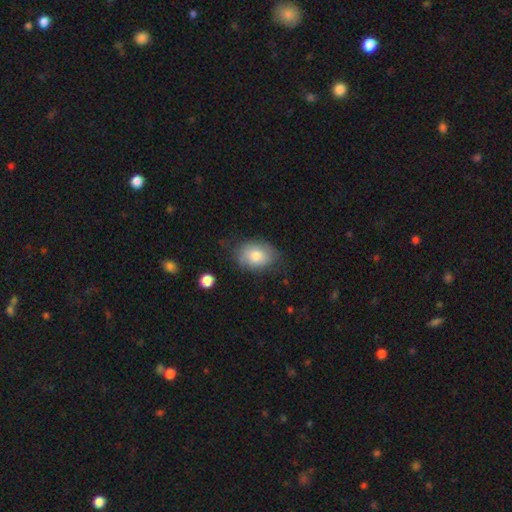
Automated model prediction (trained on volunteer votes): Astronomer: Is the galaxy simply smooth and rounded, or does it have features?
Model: smooth — 76%.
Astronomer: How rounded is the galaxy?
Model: in between — 71%.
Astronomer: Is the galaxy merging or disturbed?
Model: none — 66%.